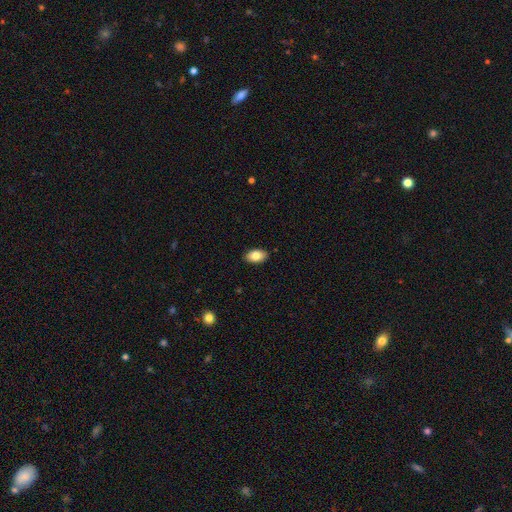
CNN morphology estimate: type=smooth (81%); roundness=in between (92%); merging=none (89%).